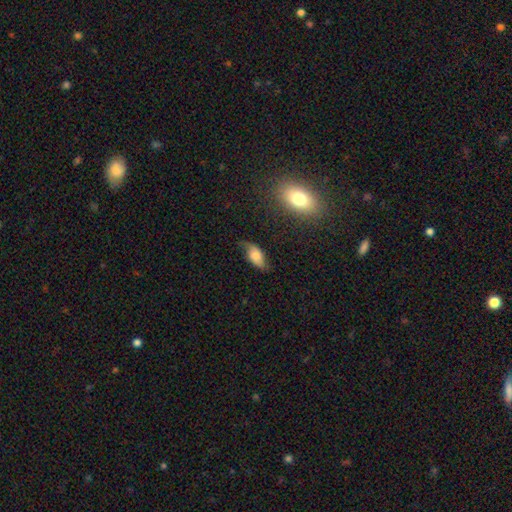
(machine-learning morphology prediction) Smooth or featured?
  - smooth: 62% *
  - featured or disk: 30%
  - star or artifact: 8%
How rounded?
  - in between: 89% *
  - cigar-shaped: 7%
  - round: 5%
Merging?
  - none: 61% *
  - minor disturbance: 29%
  - major disturbance: 9%
  - merger: 2%